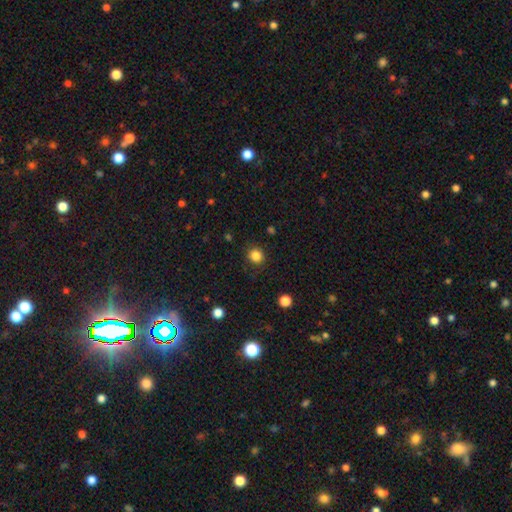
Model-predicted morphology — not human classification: A smooth galaxy with no disk features (85%) that is round (87%). Merging: none (88%).